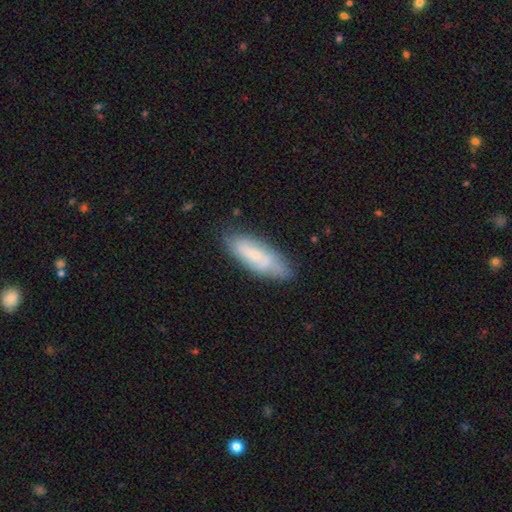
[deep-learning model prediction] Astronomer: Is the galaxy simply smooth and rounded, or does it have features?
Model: smooth — 55% (runner-up: featured or disk, 38%).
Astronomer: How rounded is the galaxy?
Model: in between — 64%.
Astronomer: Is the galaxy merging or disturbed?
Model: none — 76%.